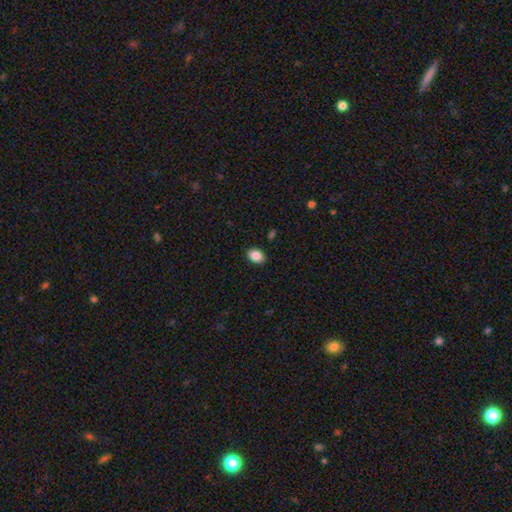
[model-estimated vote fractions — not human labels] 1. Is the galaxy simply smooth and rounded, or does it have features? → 87% smooth, 8% star or artifact, 5% featured or disk.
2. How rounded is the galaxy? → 77% in between, 22% round, 1% cigar-shaped.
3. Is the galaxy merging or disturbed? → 90% none, 7% minor disturbance, 2% major disturbance, 1% merger.